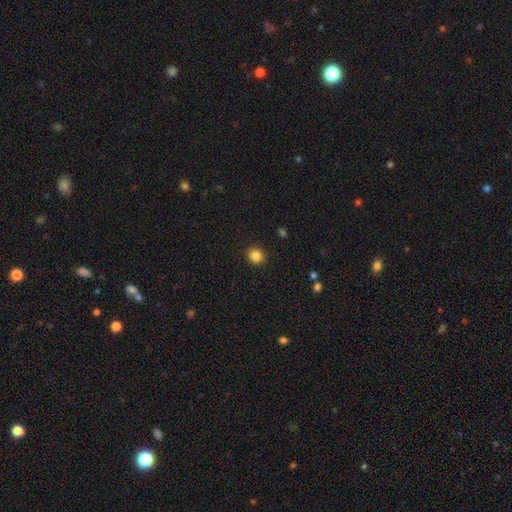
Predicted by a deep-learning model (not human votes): smooth-or-featured: smooth: 85% | star or artifact: 11% | featured or disk: 4%
  how-rounded: round: 80% | in between: 19% | cigar-shaped: 1%
  merging: none: 91% | minor disturbance: 6% | major disturbance: 2% | merger: 1%